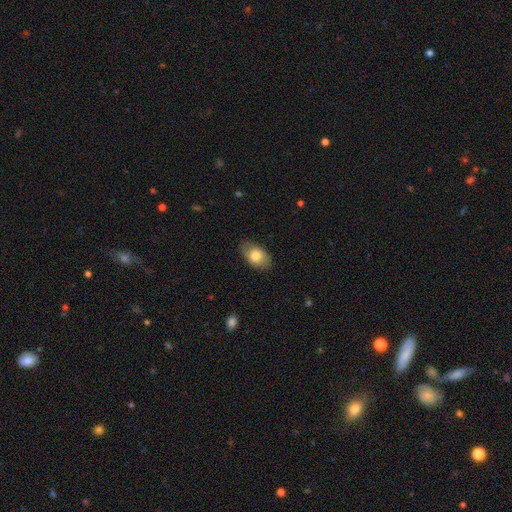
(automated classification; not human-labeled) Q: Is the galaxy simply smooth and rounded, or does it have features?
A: smooth — 77%.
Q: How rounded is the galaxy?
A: in between — 90%.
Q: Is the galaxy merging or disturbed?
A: none — 83%.